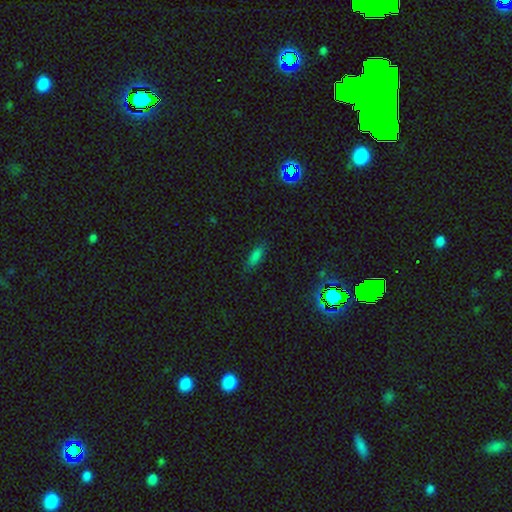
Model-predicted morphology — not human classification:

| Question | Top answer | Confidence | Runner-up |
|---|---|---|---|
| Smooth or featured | smooth | 79% | star or artifact (13%) |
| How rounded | in between | 61% | cigar-shaped (36%) |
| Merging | none | 83% | minor disturbance (13%) |